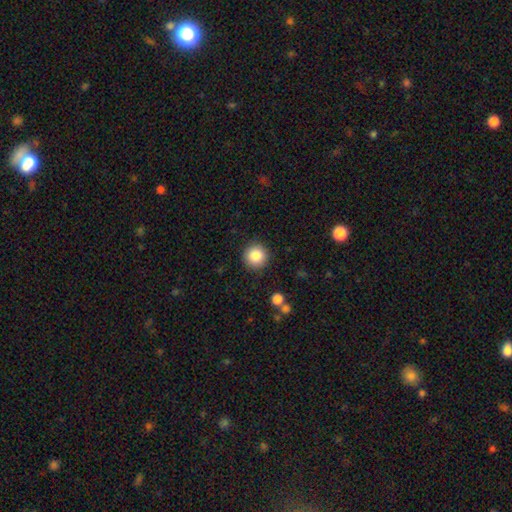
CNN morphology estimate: Overall: smooth (84%). How rounded: round (95%). Merging: none (90%).